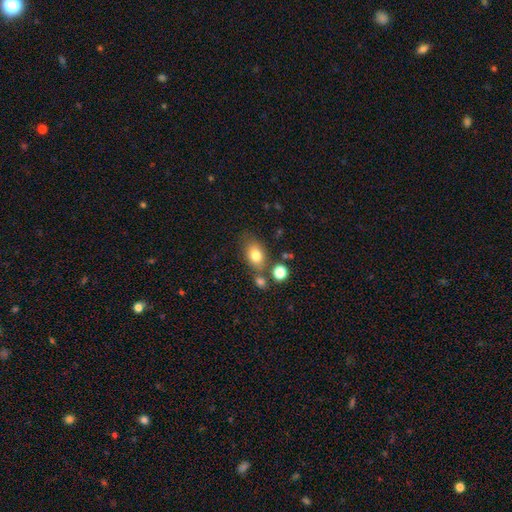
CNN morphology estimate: type=smooth (79%); roundness=in between (78%); merging=none (62%).